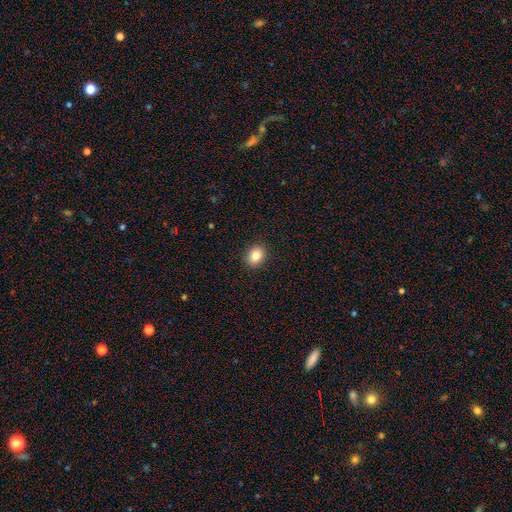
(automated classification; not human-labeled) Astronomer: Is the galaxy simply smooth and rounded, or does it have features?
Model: smooth — 84%.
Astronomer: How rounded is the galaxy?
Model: round — 51% (runner-up: in between, 48%).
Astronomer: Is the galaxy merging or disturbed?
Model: none — 90%.